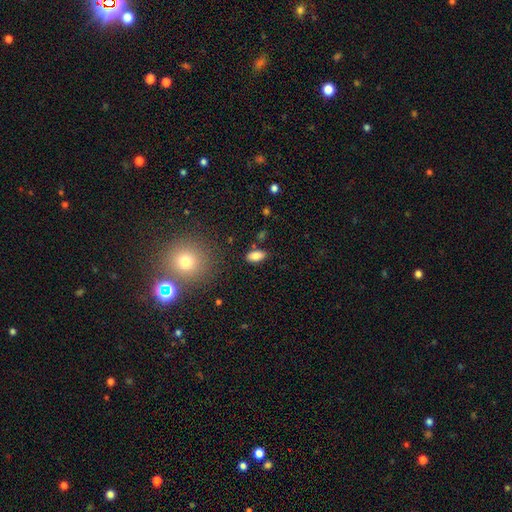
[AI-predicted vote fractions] This appears to be a smooth galaxy with no disk features (84%) that is in between round and cigar-shaped (91%). Merging: none (83%).